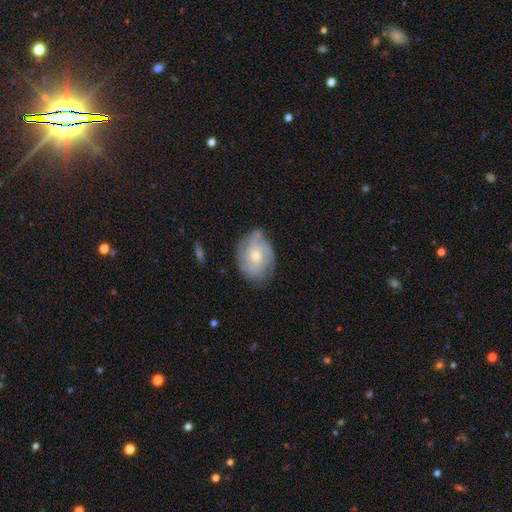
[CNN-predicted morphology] Smooth or featured? featured or disk (67%)
Edge-on disk? no (97%)
Bar? no (76%)
Spiral arms? yes (86%)
Spiral winding? tight (51%)
Spiral arm count? can't tell (34%)
Bulge size? small (48%, tied with moderate)
Merging? none (66%)